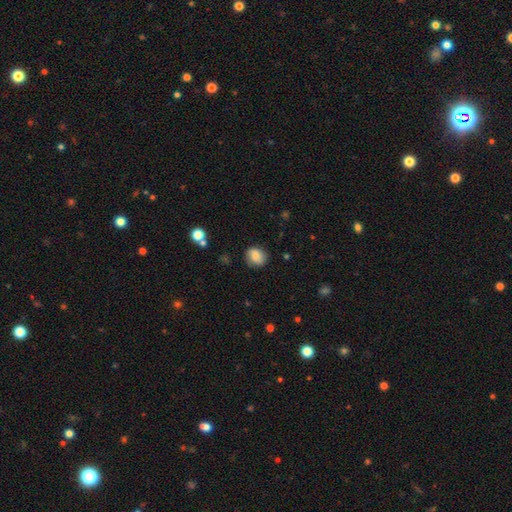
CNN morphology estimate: Smooth or featured?
  - smooth: 79% *
  - featured or disk: 12%
  - star or artifact: 9%
How rounded?
  - round: 65% *
  - in between: 34%
  - cigar-shaped: 1%
Merging?
  - none: 78% *
  - minor disturbance: 16%
  - major disturbance: 4%
  - merger: 2%